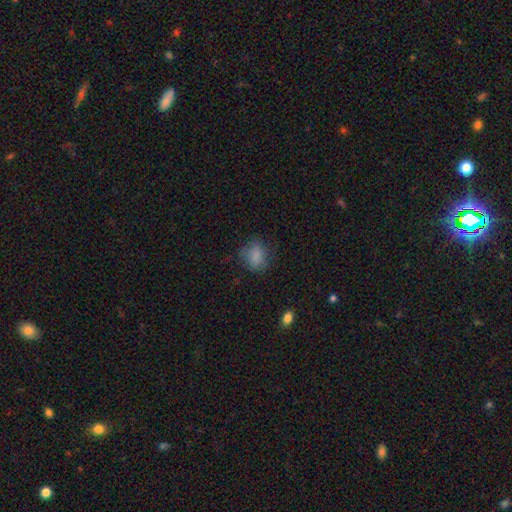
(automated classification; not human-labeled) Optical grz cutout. It shows a smooth galaxy with no disk features (81%) that is in between round and cigar-shaped (52%). Merging: none (68%).